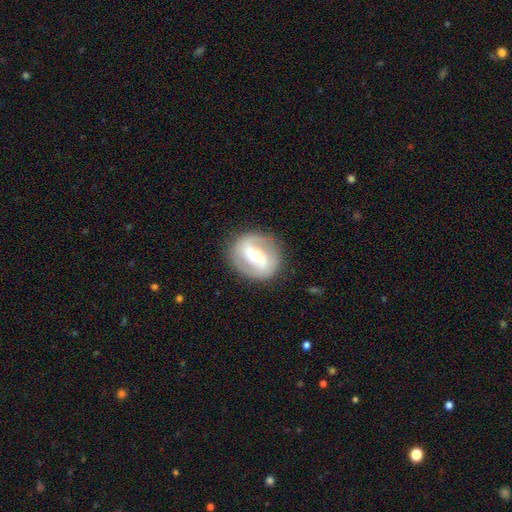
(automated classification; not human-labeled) Smooth or featured? Predicted: featured or disk (p=0.77). Edge-on disk? Predicted: no (p=0.96). Bar? Predicted: strong (p=0.48). Spiral arms? Predicted: yes (p=0.79). Spiral winding? Predicted: medium (p=0.43). Spiral arm count? Predicted: 2 (p=0.86). Bulge size? Predicted: moderate (p=0.53). Merging? Predicted: none (p=0.84).